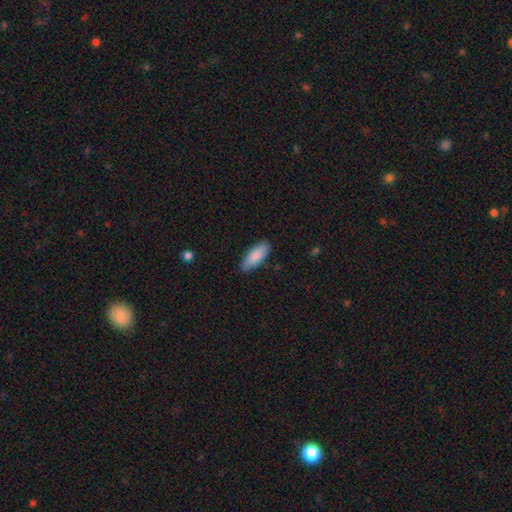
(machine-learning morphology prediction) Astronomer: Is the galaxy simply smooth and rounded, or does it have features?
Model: smooth — 87%.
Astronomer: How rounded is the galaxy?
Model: in between — 77%.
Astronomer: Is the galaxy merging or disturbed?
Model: none — 87%.